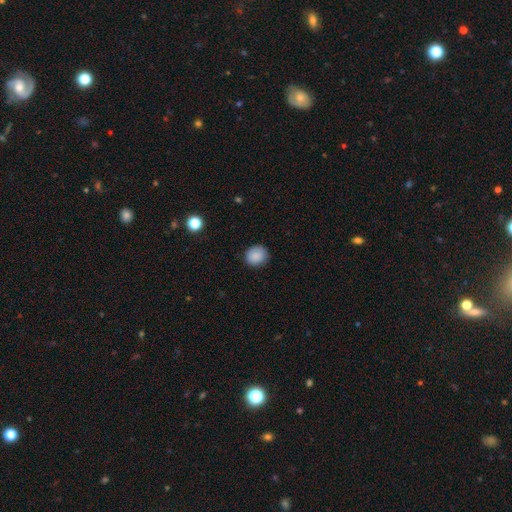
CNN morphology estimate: A smooth galaxy with no disk features (87%) that is round (83%).

Vote fractions:
- Smooth or featured? smooth: 87% / star or artifact: 9% / featured or disk: 4%
- How rounded? round: 83% / in between: 16% / cigar-shaped: 1%
- Merging? none: 86% / minor disturbance: 11% / major disturbance: 2% / merger: 1%